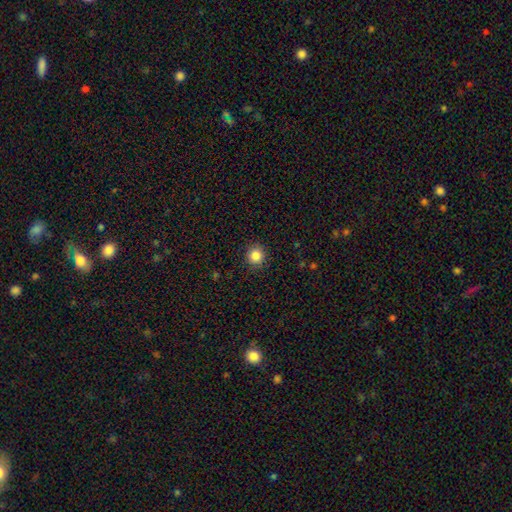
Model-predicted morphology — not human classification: type=smooth (85%); roundness=round (91%); merging=none (90%).